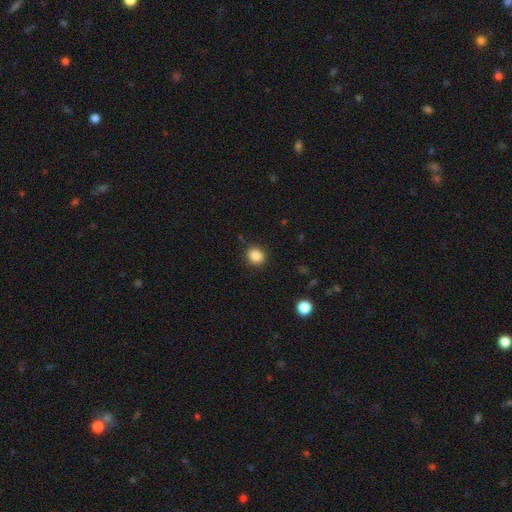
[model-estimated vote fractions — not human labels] smooth_or_featured: smooth (p=0.86) [alt: star or artifact p=0.10]
how_rounded: round (p=0.77) [alt: in between p=0.23]
merging: none (p=0.87) [alt: minor disturbance p=0.09]